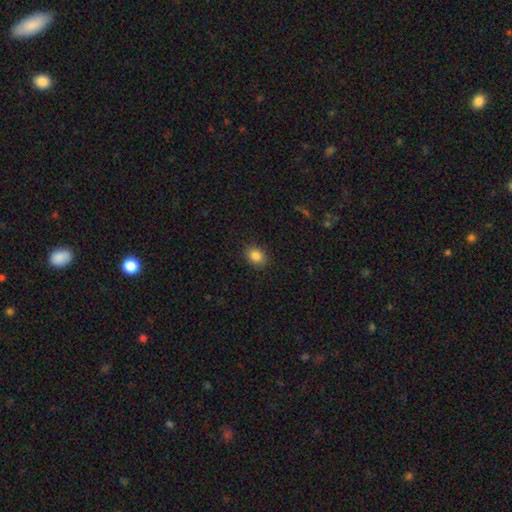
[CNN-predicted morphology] This is clearly a smooth galaxy (85%). How rounded: possibly in between (56%). Merging: clearly none (88%).